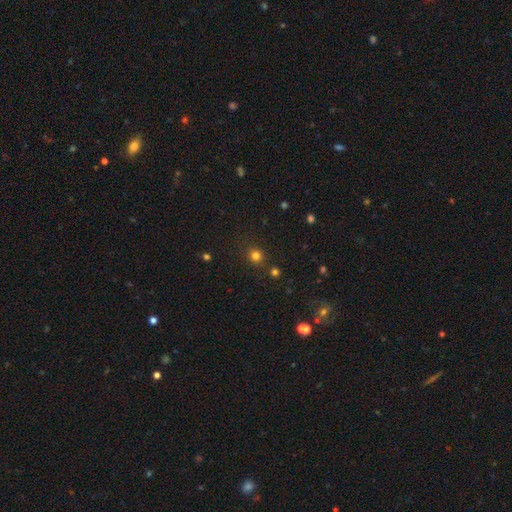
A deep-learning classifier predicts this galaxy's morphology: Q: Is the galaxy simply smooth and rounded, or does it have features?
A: smooth — 78%.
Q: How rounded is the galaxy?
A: round — 88%.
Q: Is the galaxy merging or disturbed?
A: none — 86%.